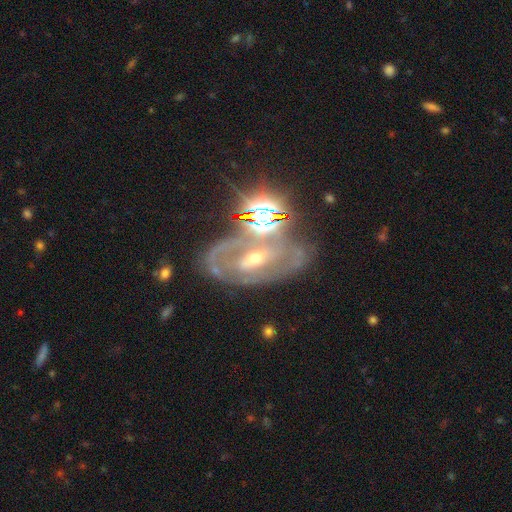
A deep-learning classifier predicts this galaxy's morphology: Smooth or featured? Predicted: featured or disk (p=0.76). Edge-on disk? Predicted: no (p=0.93). Bar? Predicted: weak (p=0.37). Spiral arms? Predicted: yes (p=0.81). Spiral winding? Predicted: tight (p=0.50). Spiral arm count? Predicted: 2 (p=0.56). Bulge size? Predicted: small (p=0.50). Merging? Predicted: none (p=0.61).